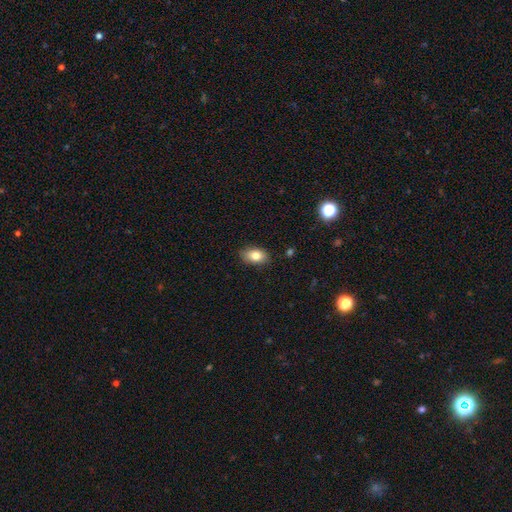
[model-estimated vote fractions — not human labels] smooth-or-featured: smooth: 83% | featured or disk: 9% | star or artifact: 8%
  how-rounded: in between: 90% | round: 8% | cigar-shaped: 2%
  merging: none: 85% | minor disturbance: 12% | major disturbance: 2% | merger: 1%